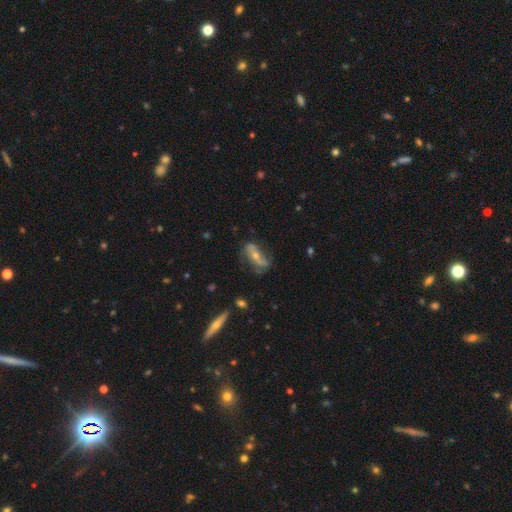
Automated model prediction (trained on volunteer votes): This appears to be a featured or disk galaxy (65%) with no bar (43%), spiral arms (73%) and a small central bulge (49%). Merging: none (57%).